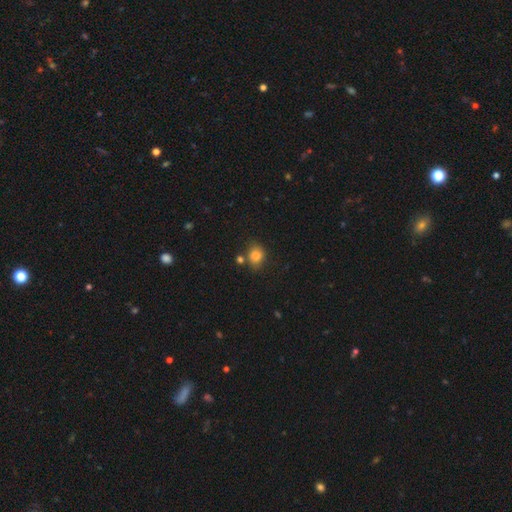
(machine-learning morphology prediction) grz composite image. It shows a smooth galaxy with no disk features (83%) that is round (63%). Merging: none (70%).